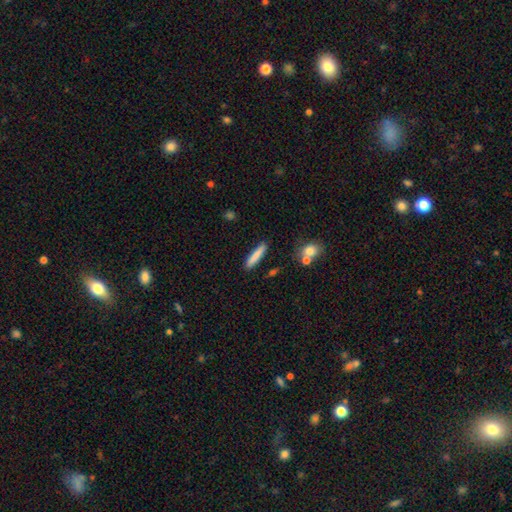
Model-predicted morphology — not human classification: Smooth or featured: smooth — 81% (featured or disk — 12%)
How rounded: cigar-shaped — 89% (in between — 10%)
Merging: none — 87% (minor disturbance — 8%)